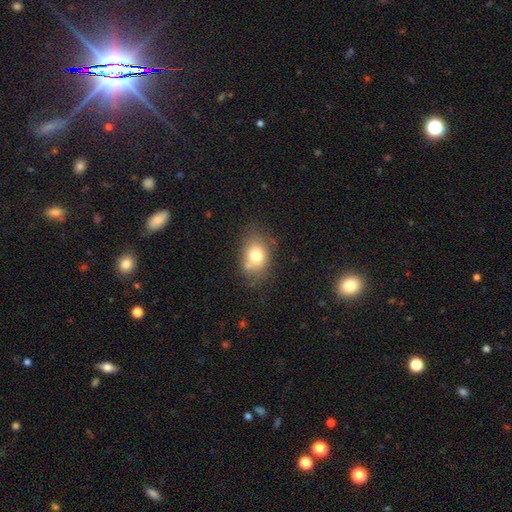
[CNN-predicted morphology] Smooth or featured? Predicted: smooth (p=0.74). How rounded? Predicted: in between (p=0.66). Merging? Predicted: none (p=0.65).